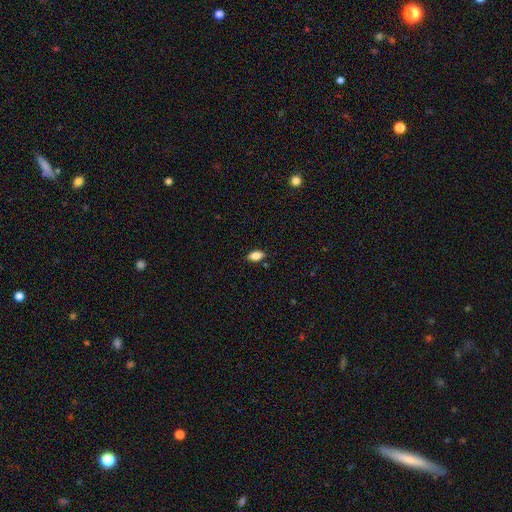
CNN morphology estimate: Overall: smooth (84%). How rounded: in between (90%). Merging: none (86%).